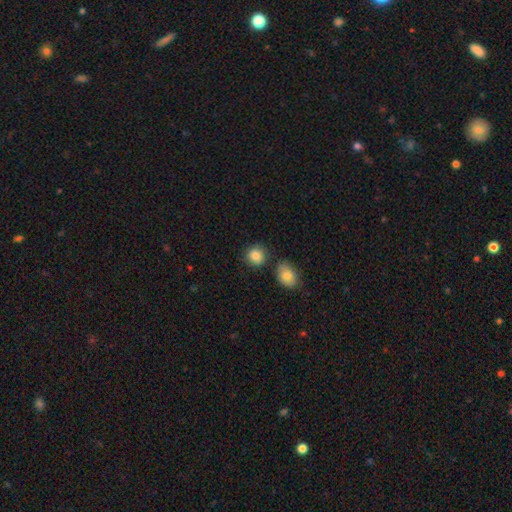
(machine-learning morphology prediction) Smooth or featured? Predicted: smooth (p=0.86). How rounded? Predicted: round (p=0.79). Merging? Predicted: none (p=0.74).